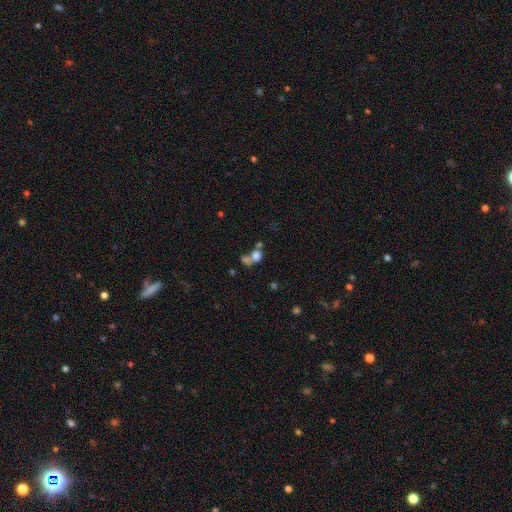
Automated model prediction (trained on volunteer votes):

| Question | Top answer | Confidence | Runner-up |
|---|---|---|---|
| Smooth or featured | smooth | 72% | star or artifact (14%) |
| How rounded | round | 64% | in between (34%) |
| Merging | merger | 50% | none (30%) |